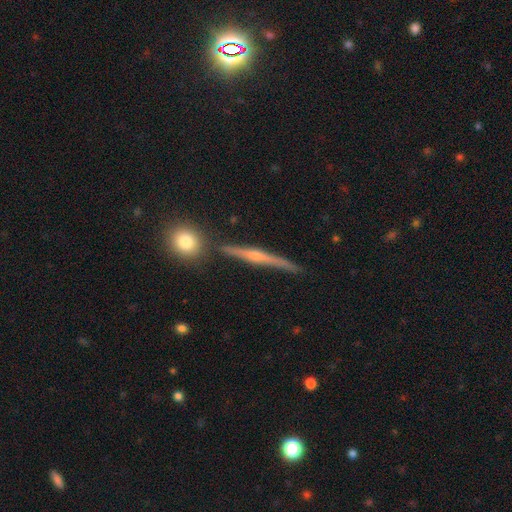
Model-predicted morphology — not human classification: This is likely a featured or disk galaxy (77%). It is clearly viewed edge-on (97%). Edge-on bulge: likely rounded (78%). Merging: clearly none (84%).